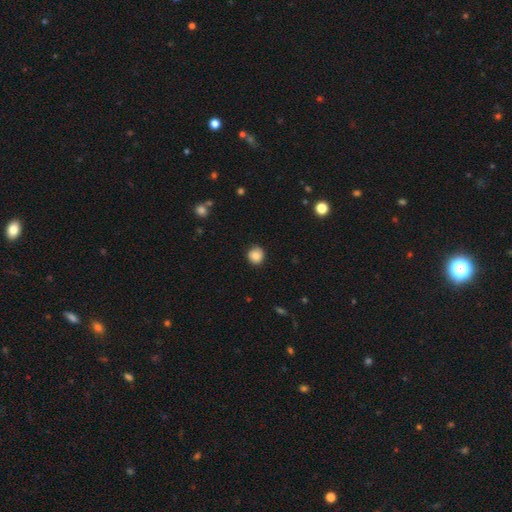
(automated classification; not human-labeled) A smooth galaxy with no disk features (85%) that is round (91%). Merging: none (87%).